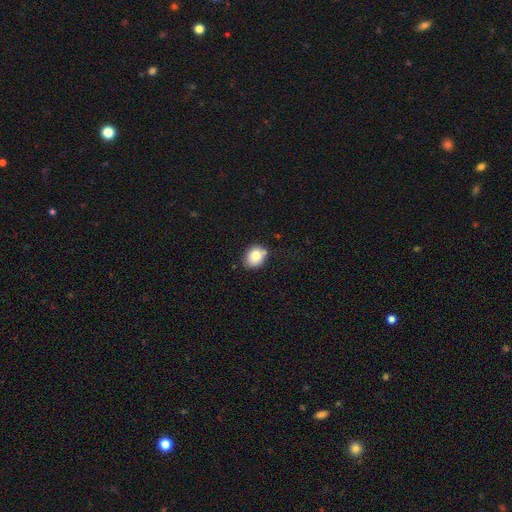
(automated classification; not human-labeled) The model was most divided on "how rounded": round: 53%, in between: 46%, cigar-shaped: 1%. More confident: smooth or featured — smooth (81%); merging — none (68%).